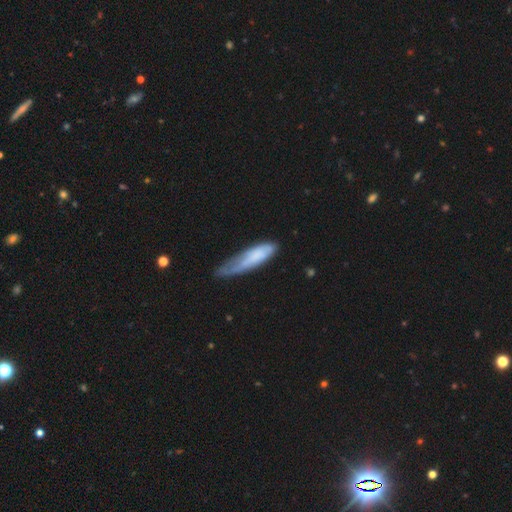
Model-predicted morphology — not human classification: Q: Smooth or featured?
A: smooth (63%); runner-up: featured or disk (31%)
Q: How rounded?
A: cigar-shaped (69%); runner-up: in between (30%)
Q: Merging?
A: minor disturbance (40%); runner-up: none (34%)